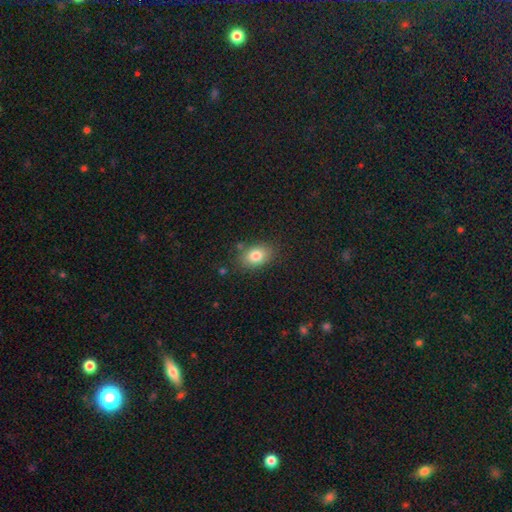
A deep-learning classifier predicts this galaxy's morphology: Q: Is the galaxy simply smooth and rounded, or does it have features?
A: smooth — 82%.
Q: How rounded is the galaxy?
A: in between — 77%.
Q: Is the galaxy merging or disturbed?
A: none — 81%.